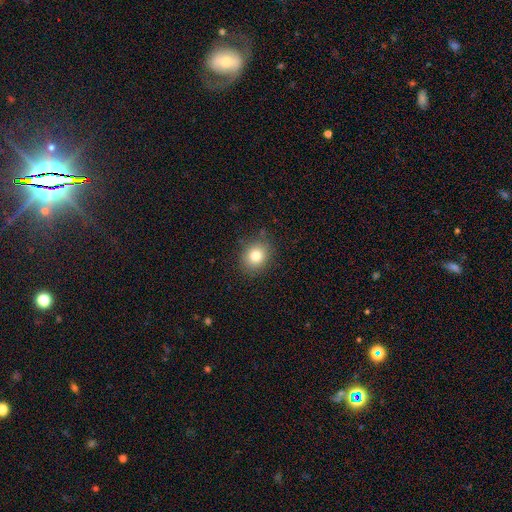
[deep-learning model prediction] Smooth or featured? Predicted: smooth (p=0.80). How rounded? Predicted: round (p=0.66). Merging? Predicted: none (p=0.86).